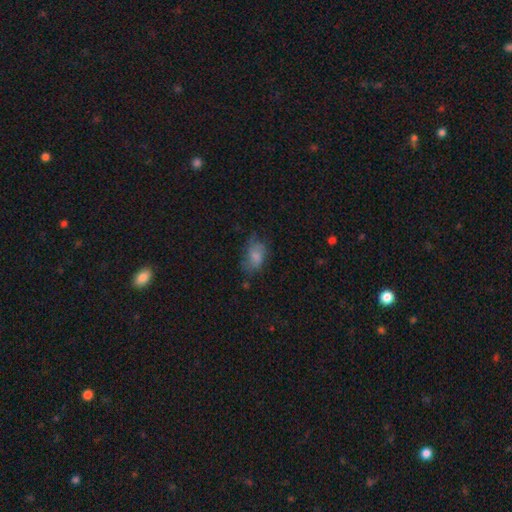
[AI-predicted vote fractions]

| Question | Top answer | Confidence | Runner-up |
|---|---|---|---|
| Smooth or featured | smooth | 69% | featured or disk (21%) |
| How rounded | in between | 86% | round (12%) |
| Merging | none | 46% | minor disturbance (31%) |